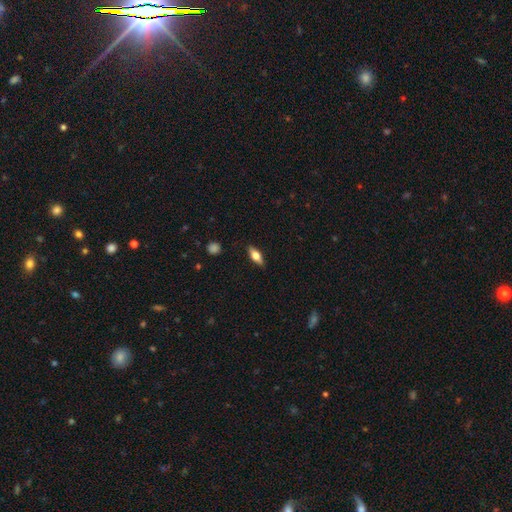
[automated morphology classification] Smooth or featured? Predicted: smooth (p=0.54). How rounded? Predicted: in between (p=0.70). Merging? Predicted: none (p=0.86).